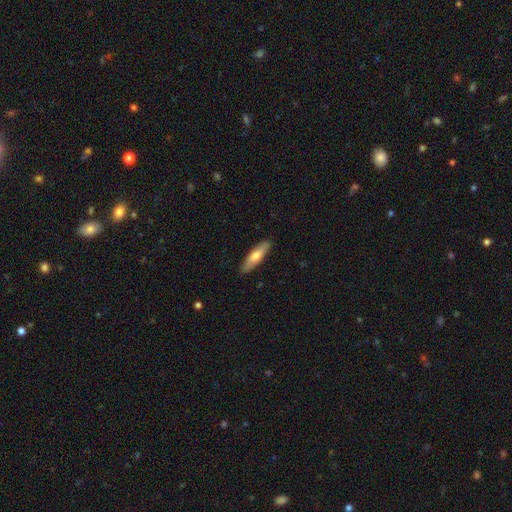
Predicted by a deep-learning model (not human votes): smooth 66%, featured or disk 29%, star or artifact 5%. Down the decision tree: how rounded — cigar-shaped (65%); merging — none (89%).